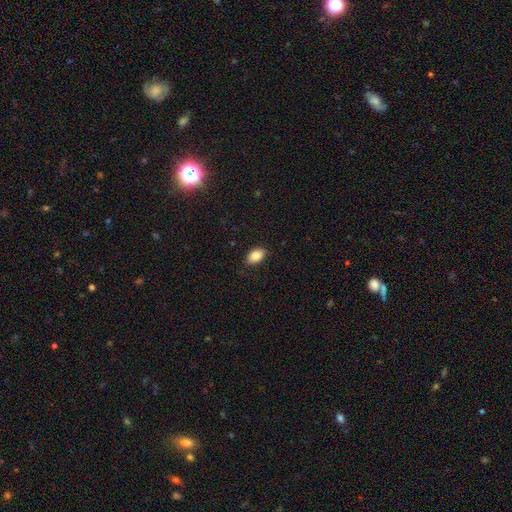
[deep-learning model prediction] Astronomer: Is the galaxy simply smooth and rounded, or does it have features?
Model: smooth — 86%.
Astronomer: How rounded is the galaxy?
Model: in between — 90%.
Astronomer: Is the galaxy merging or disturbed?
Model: none — 87%.